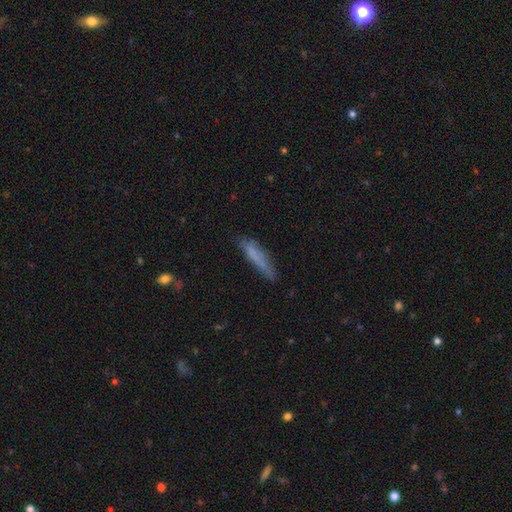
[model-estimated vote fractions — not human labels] The model was most divided on "merging": none: 65%, minor disturbance: 24%, major disturbance: 8%, merger: 3%. More confident: how rounded — cigar-shaped (87%); smooth or featured — smooth (68%).